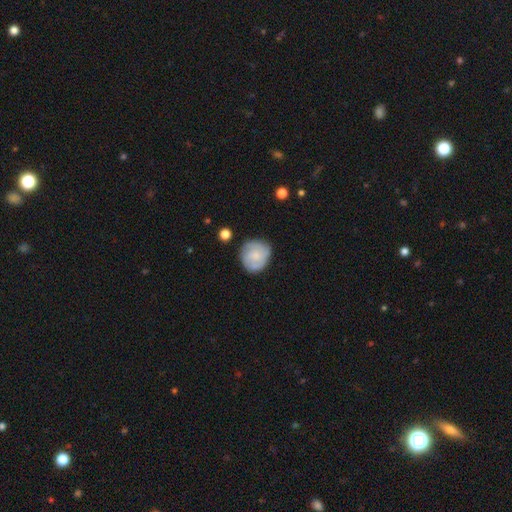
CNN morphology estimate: Smooth or featured?
  - smooth: 52% *
  - featured or disk: 41%
  - star or artifact: 7%
How rounded?
  - round: 85% *
  - in between: 14%
  - cigar-shaped: 1%
Merging?
  - none: 78% *
  - minor disturbance: 16%
  - major disturbance: 5%
  - merger: 2%